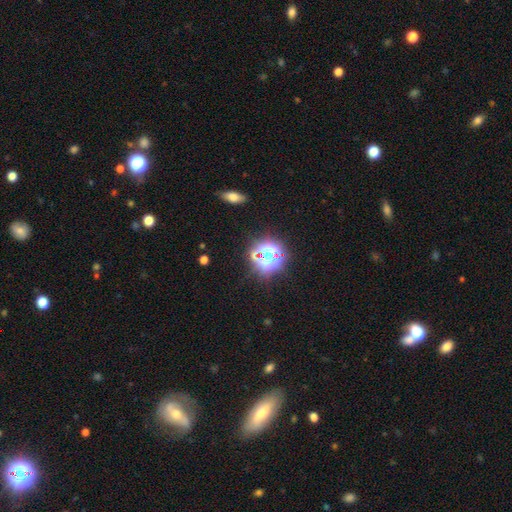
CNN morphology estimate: The model was most divided on "smooth or featured": star or artifact: 59%, smooth: 30%, featured or disk: 12%.